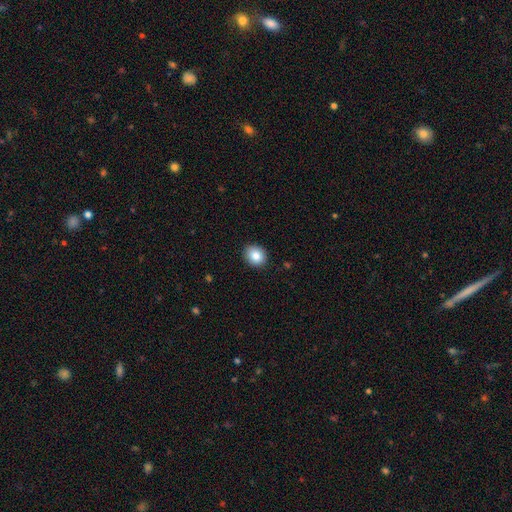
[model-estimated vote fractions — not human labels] A smooth galaxy with no disk features (86%) that is round (62%). Merging: none (89%).